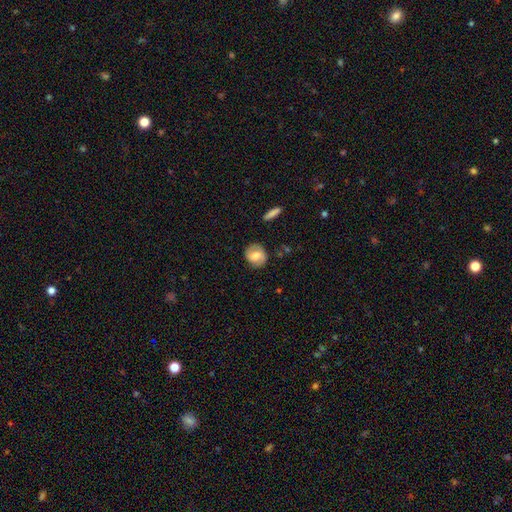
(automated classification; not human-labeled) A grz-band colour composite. It shows a smooth galaxy with no disk features (59%) that is round (71%). Merging: none (81%).